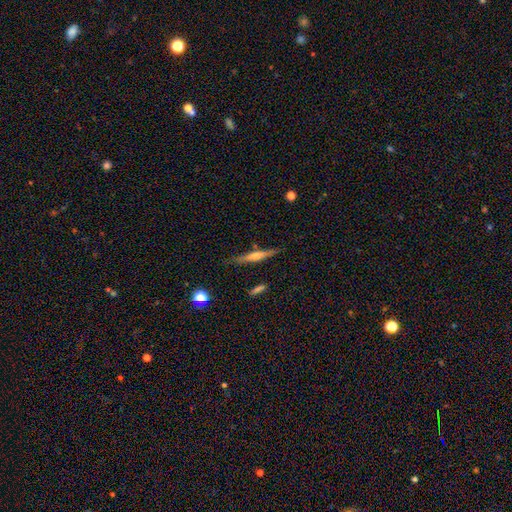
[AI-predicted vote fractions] Q: Smooth or featured?
A: featured or disk (59%); runner-up: smooth (35%)
Q: Edge-on disk?
A: yes (96%); runner-up: no (4%)
Q: Edge-on bulge?
A: rounded (66%); runner-up: none (23%)
Q: Merging?
A: none (84%); runner-up: minor disturbance (11%)